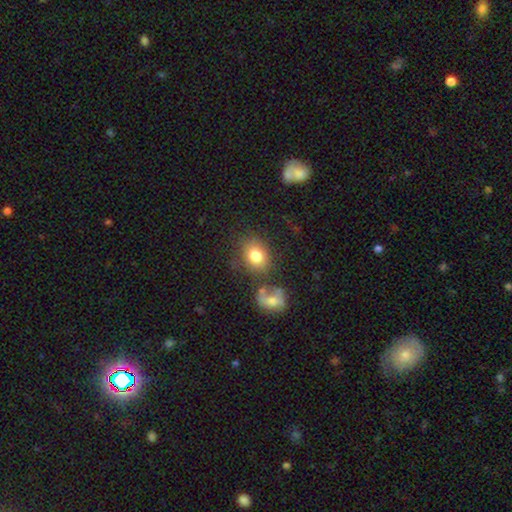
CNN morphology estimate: smooth 79%, featured or disk 11%, star or artifact 10%. Down the decision tree: how rounded — in between (50%); merging — none (67%).